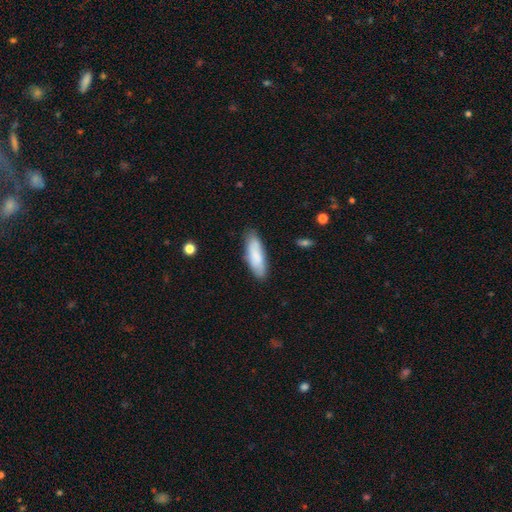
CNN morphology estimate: This appears to be a smooth galaxy with no disk features (82%) that is in between round and cigar-shaped (59%). Merging: none (81%).